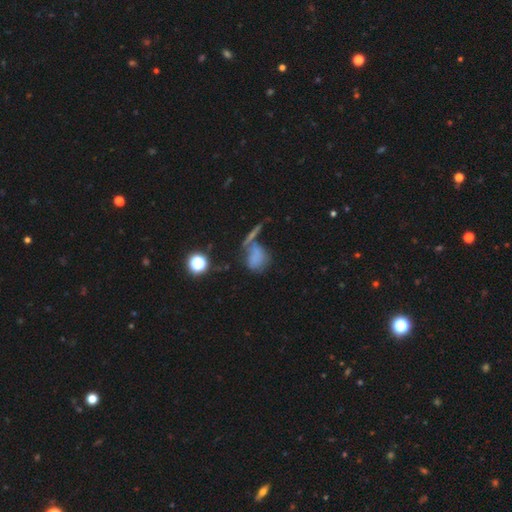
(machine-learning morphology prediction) Smooth or featured? smooth (62%)
How rounded? in between (53%)
Merging? none (36%)